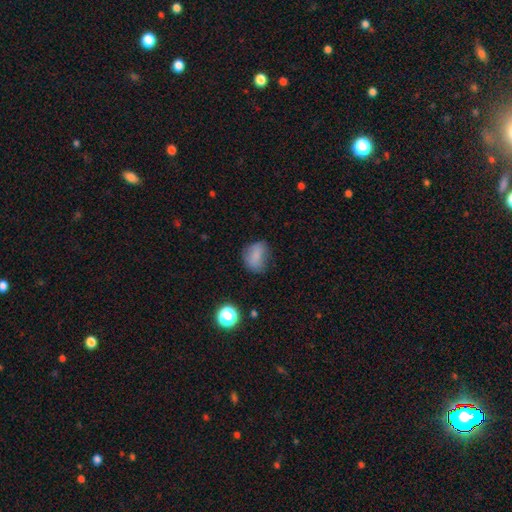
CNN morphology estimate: A smooth galaxy with no disk features (77%) that is in between round and cigar-shaped (60%).

Vote fractions:
- Smooth or featured? smooth: 77% / star or artifact: 12% / featured or disk: 11%
- How rounded? in between: 60% / round: 38% / cigar-shaped: 2%
- Merging? none: 58% / minor disturbance: 29% / major disturbance: 11% / merger: 2%